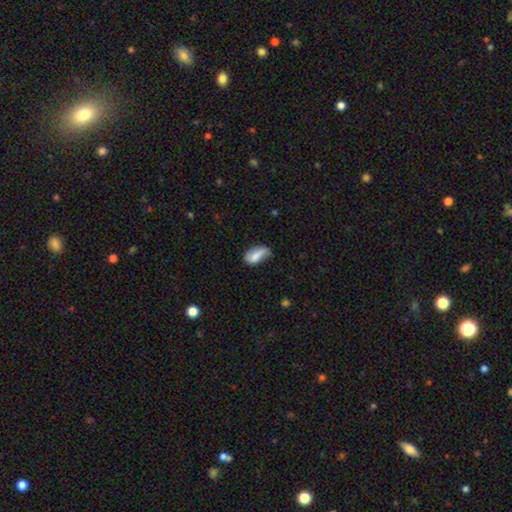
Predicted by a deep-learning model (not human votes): This is likely a smooth galaxy (72%). How rounded: clearly in between (89%). Merging: marginally none (41%).